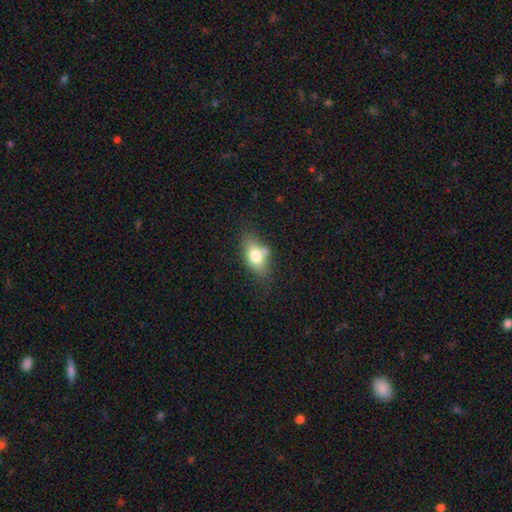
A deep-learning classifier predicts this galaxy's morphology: smooth 71%, featured or disk 21%, star or artifact 8%. Down the decision tree: how rounded — in between (83%); merging — none (61%).